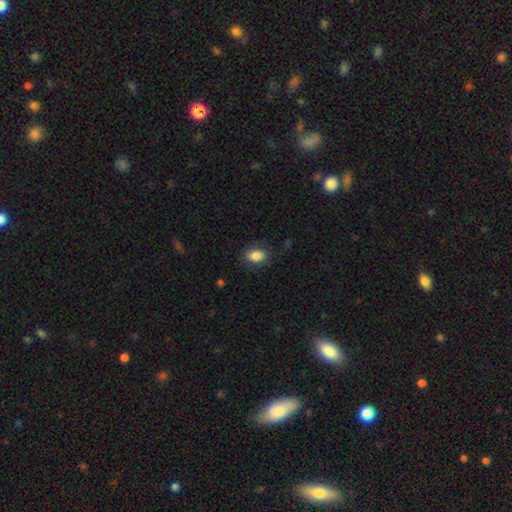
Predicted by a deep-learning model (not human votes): A smooth galaxy with no disk features (85%) that is in between round and cigar-shaped (83%).

Vote fractions:
- Smooth or featured? smooth: 85% / star or artifact: 8% / featured or disk: 7%
- How rounded? in between: 83% / round: 15% / cigar-shaped: 2%
- Merging? none: 79% / minor disturbance: 15% / major disturbance: 5% / merger: 1%